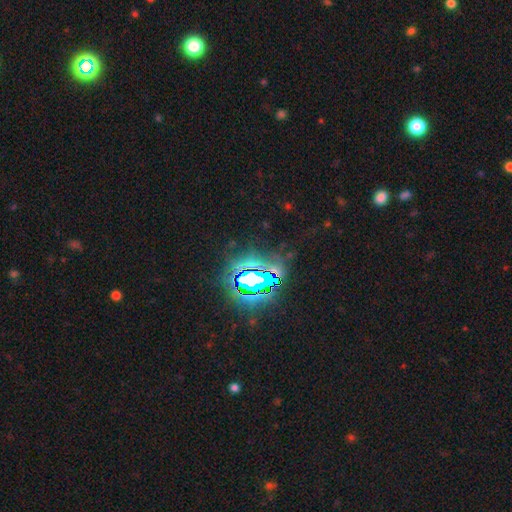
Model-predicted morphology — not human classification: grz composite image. It shows a star or artifact, not a galaxy (84%).